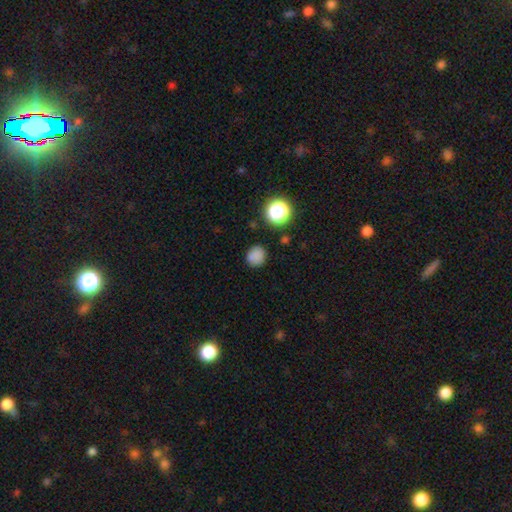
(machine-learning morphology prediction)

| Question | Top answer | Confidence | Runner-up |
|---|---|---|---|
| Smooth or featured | smooth | 81% | star or artifact (15%) |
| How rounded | round | 82% | in between (17%) |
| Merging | none | 83% | minor disturbance (12%) |